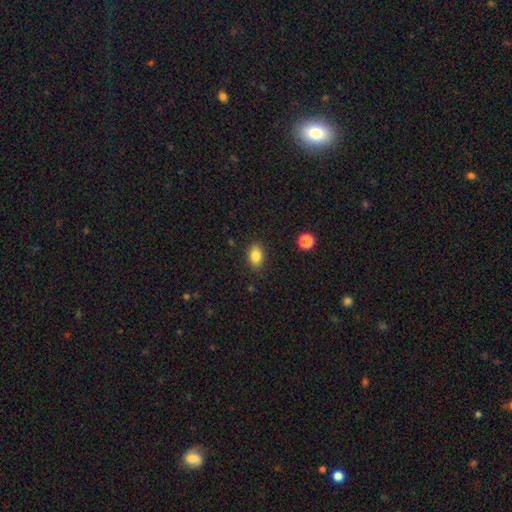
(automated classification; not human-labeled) smooth_or_featured: smooth (p=0.84) [alt: star or artifact p=0.09]
how_rounded: in between (p=0.82) [alt: round p=0.16]
merging: none (p=0.86) [alt: minor disturbance p=0.10]